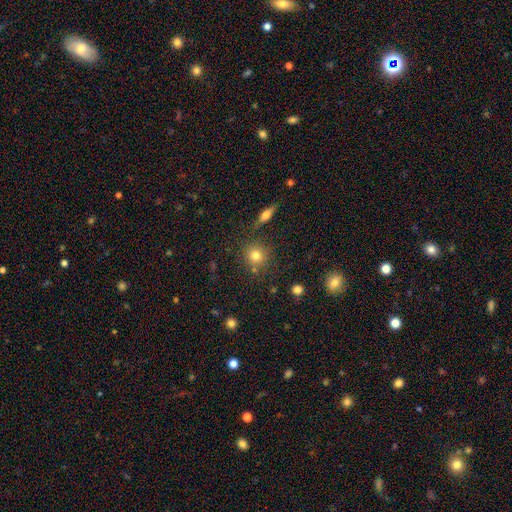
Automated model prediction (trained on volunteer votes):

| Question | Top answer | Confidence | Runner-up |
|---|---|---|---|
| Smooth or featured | smooth | 77% | star or artifact (12%) |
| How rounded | round | 90% | in between (9%) |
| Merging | none | 79% | minor disturbance (10%) |